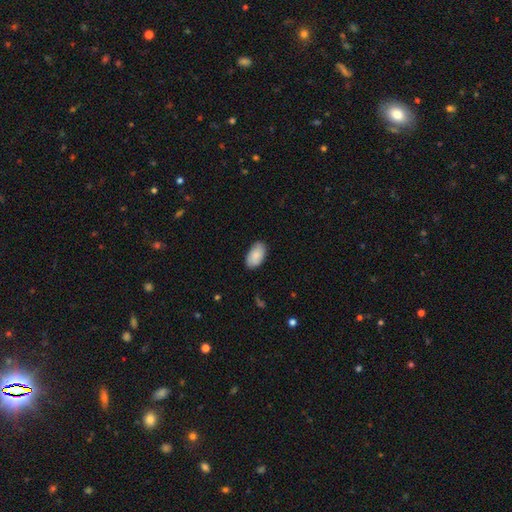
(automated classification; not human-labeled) Smooth or featured: smooth — 85% (featured or disk — 9%)
How rounded: in between — 95% (round — 4%)
Merging: none — 81% (minor disturbance — 15%)